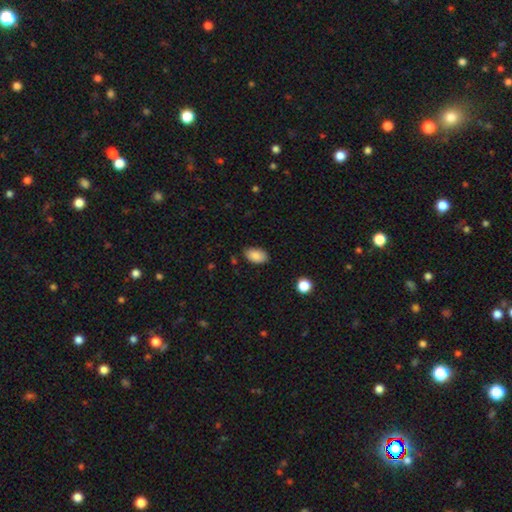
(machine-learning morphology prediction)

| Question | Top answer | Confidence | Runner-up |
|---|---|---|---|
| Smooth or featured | smooth | 87% | star or artifact (8%) |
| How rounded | in between | 92% | round (7%) |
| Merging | none | 80% | minor disturbance (16%) |